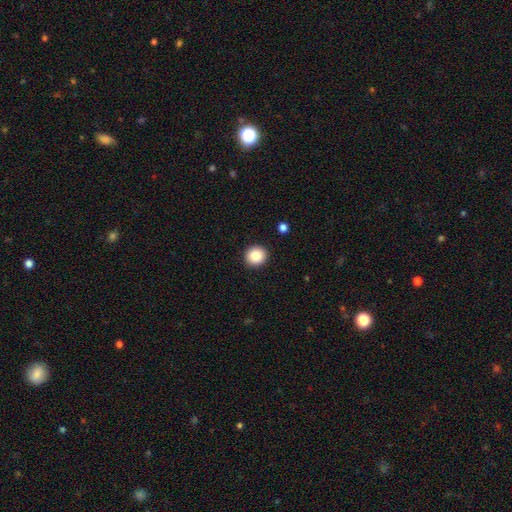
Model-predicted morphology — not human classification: smooth-or-featured: smooth: 84% | star or artifact: 9% | featured or disk: 6%
  how-rounded: round: 91% | in between: 8% | cigar-shaped: 1%
  merging: none: 92% | minor disturbance: 5% | major disturbance: 2% | merger: 1%